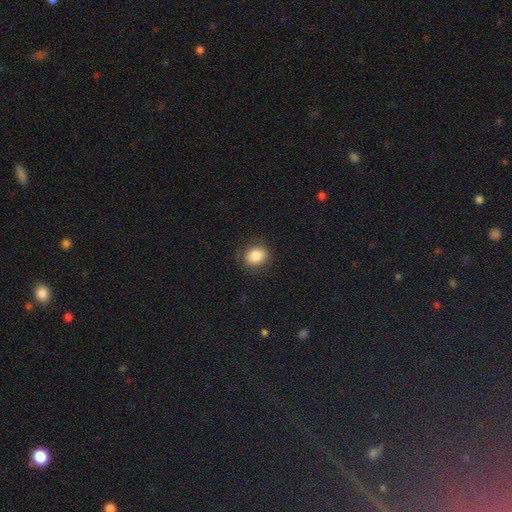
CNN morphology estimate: This is clearly a smooth galaxy (85%). How rounded: possibly round (59%). Merging: clearly none (85%).